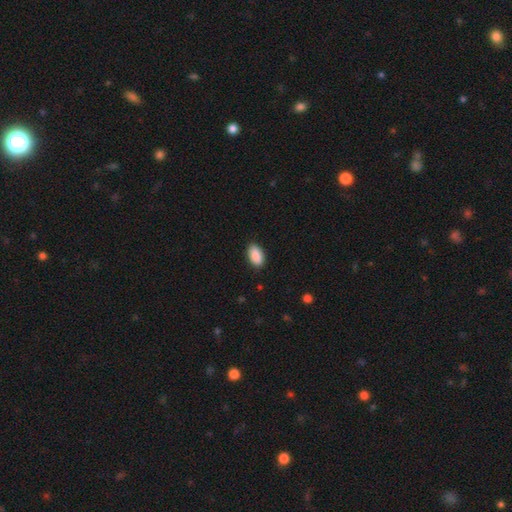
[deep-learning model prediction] A smooth galaxy with no disk features (90%) that is in between round and cigar-shaped (94%). Merging: none (87%).